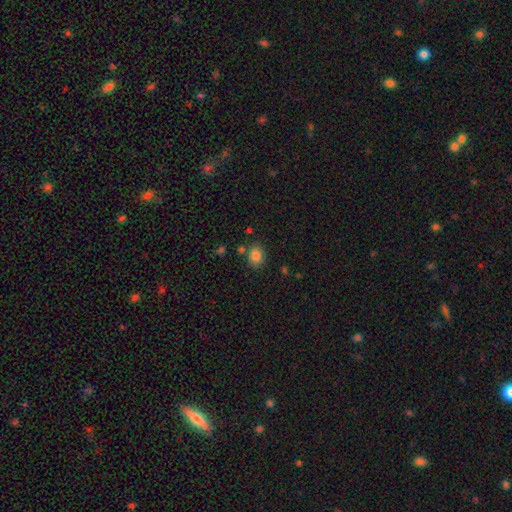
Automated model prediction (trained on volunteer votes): This is clearly a smooth galaxy (84%). How rounded: possibly in between (51%). Merging: likely none (77%).